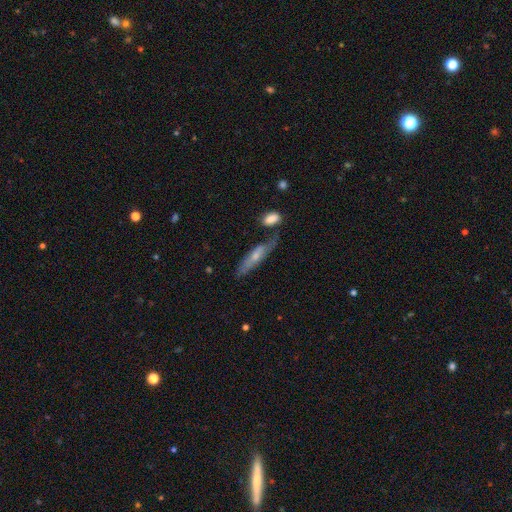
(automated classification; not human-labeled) Smooth or featured? featured or disk (48%)
Merging? none (55%)